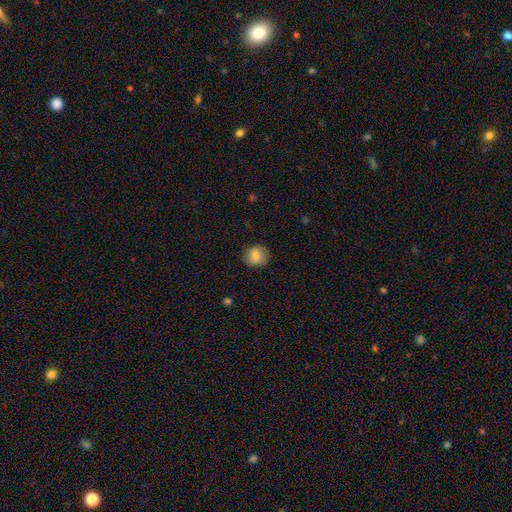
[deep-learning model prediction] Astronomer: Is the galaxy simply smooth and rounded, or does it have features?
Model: smooth — 83%.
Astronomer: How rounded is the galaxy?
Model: round — 84%.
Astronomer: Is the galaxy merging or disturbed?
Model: none — 87%.